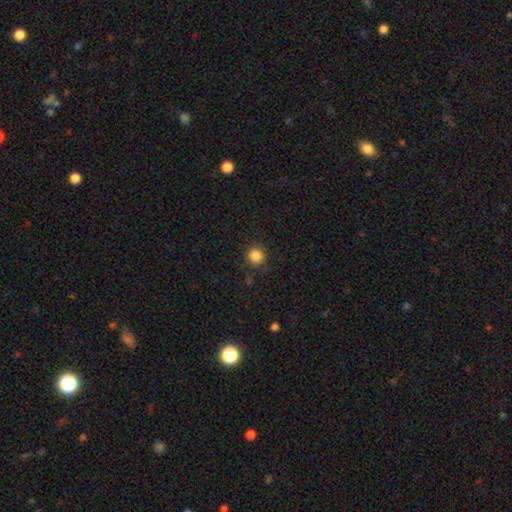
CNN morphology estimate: A smooth galaxy with no disk features (85%) that is round (94%).

Vote fractions:
- Smooth or featured? smooth: 85% / star or artifact: 11% / featured or disk: 3%
- How rounded? round: 94% / in between: 5% / cigar-shaped: 1%
- Merging? none: 87% / minor disturbance: 9% / major disturbance: 3% / merger: 1%